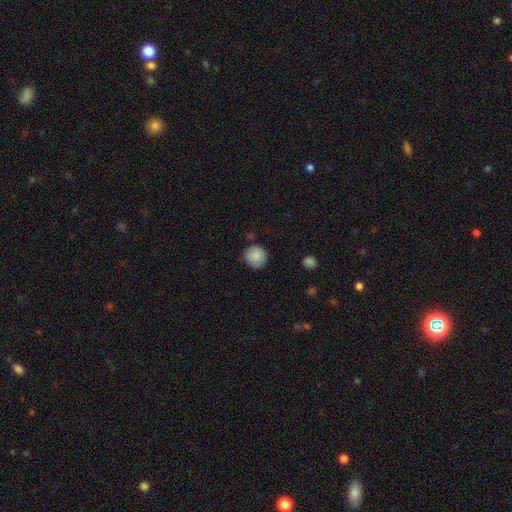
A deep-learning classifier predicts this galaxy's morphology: smooth_or_featured: smooth (p=0.88) [alt: star or artifact p=0.08]
how_rounded: round (p=0.93) [alt: in between p=0.06]
merging: none (p=0.85) [alt: minor disturbance p=0.11]